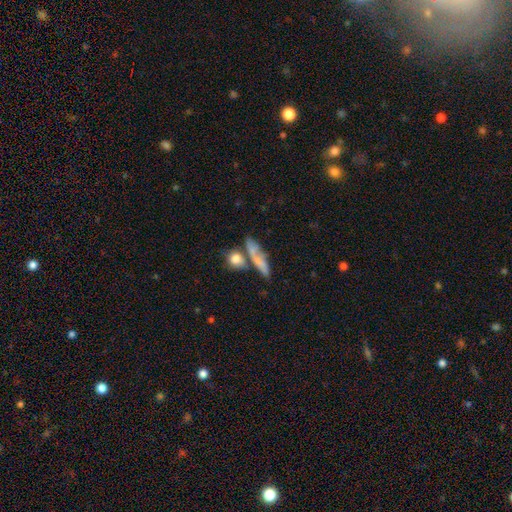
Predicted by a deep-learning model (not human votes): The model was most divided on "merging": none: 46%, merger: 29%, minor disturbance: 15%, major disturbance: 9%. More confident: how rounded — cigar-shaped (56%); smooth or featured — smooth (56%).